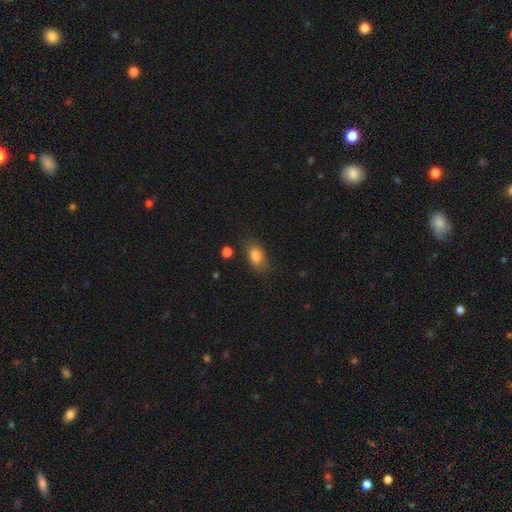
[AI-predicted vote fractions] Smooth or featured?
  - smooth: 81% *
  - featured or disk: 10%
  - star or artifact: 9%
How rounded?
  - in between: 86% *
  - round: 10%
  - cigar-shaped: 5%
Merging?
  - none: 75% *
  - minor disturbance: 17%
  - major disturbance: 5%
  - merger: 3%